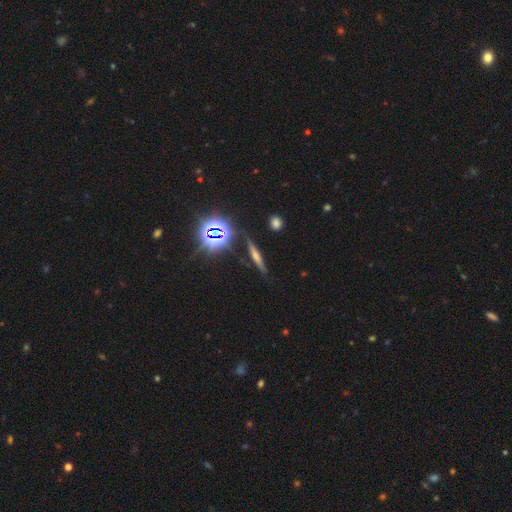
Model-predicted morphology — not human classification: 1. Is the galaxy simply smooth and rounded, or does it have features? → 42% featured or disk, 30% star or artifact, 27% smooth.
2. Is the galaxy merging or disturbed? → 86% none, 9% minor disturbance, 3% merger, 2% major disturbance.